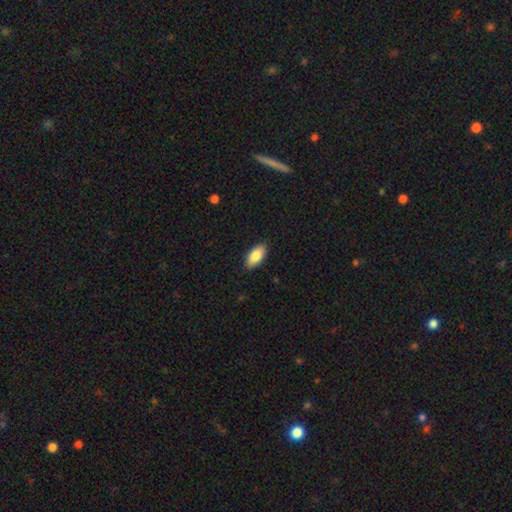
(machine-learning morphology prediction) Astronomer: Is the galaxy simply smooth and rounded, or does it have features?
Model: smooth — 84%.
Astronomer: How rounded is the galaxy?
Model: in between — 90%.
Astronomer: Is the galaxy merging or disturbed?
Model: none — 88%.